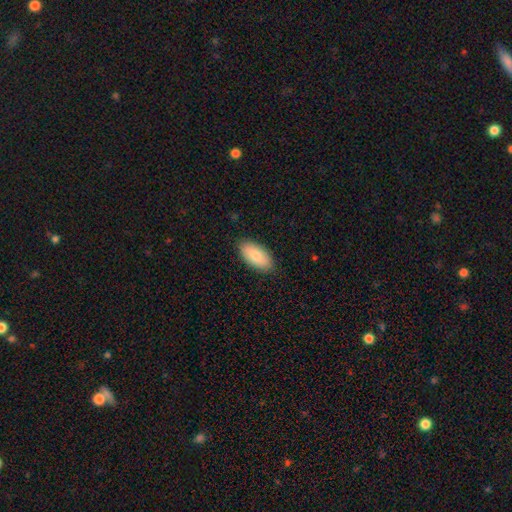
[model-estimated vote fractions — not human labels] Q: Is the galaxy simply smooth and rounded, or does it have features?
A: smooth — 82%.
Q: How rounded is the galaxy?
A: in between — 92%.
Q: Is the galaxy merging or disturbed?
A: none — 88%.